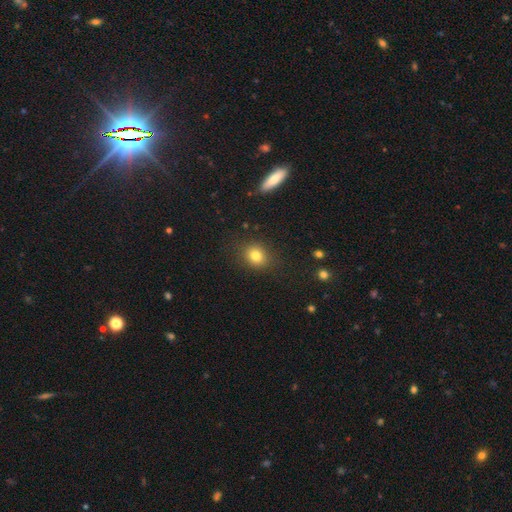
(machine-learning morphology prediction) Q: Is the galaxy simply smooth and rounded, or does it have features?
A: smooth — 80%.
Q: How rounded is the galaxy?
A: round — 69%.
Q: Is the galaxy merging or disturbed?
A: none — 85%.